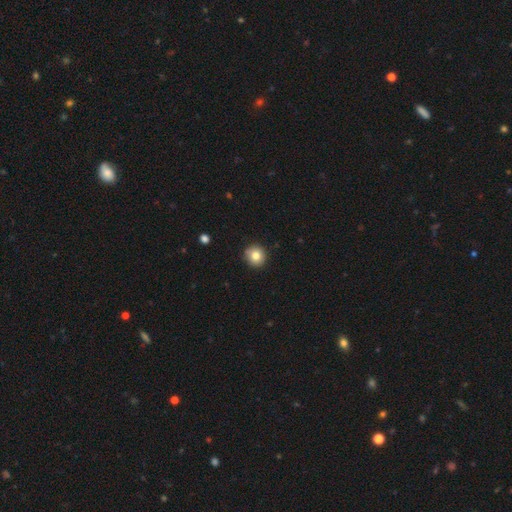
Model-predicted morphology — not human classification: smooth-or-featured: smooth: 81% | star or artifact: 10% | featured or disk: 9%
  how-rounded: round: 93% | in between: 6% | cigar-shaped: 1%
  merging: none: 87% | minor disturbance: 9% | major disturbance: 2% | merger: 1%